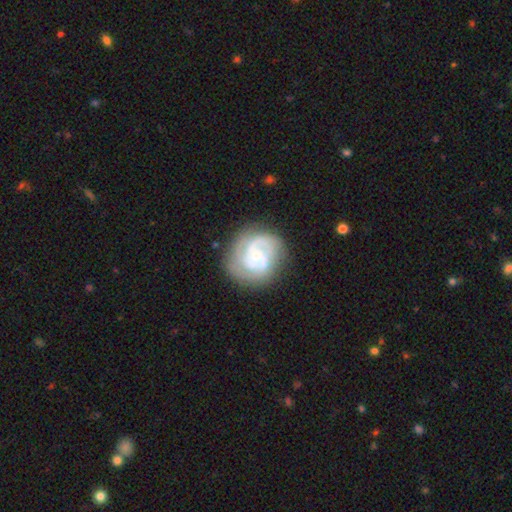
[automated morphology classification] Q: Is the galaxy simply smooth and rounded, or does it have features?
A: featured or disk — 80%.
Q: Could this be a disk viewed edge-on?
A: no — 98%.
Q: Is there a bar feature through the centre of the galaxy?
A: no — 62%.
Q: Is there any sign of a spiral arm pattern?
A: yes — 94%.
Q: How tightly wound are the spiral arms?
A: tight — 59%.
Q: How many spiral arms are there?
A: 2 — 38%.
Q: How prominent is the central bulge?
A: small — 61%.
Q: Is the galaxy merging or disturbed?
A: none — 71%.